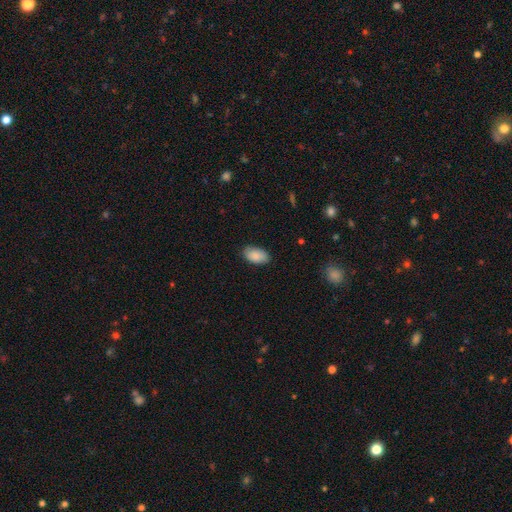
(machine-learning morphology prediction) smooth-or-featured: smooth: 88% | star or artifact: 6% | featured or disk: 5%
  how-rounded: in between: 94% | round: 4% | cigar-shaped: 2%
  merging: none: 84% | minor disturbance: 12% | major disturbance: 2% | merger: 1%